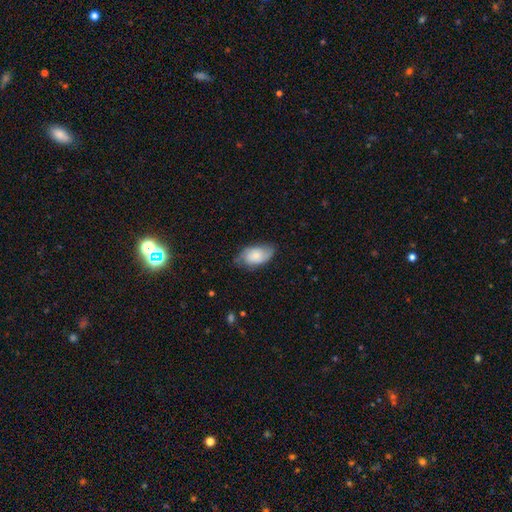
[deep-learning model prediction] Q: Smooth or featured?
A: smooth (59%); runner-up: featured or disk (34%)
Q: How rounded?
A: in between (92%); runner-up: round (6%)
Q: Merging?
A: none (65%); runner-up: minor disturbance (27%)